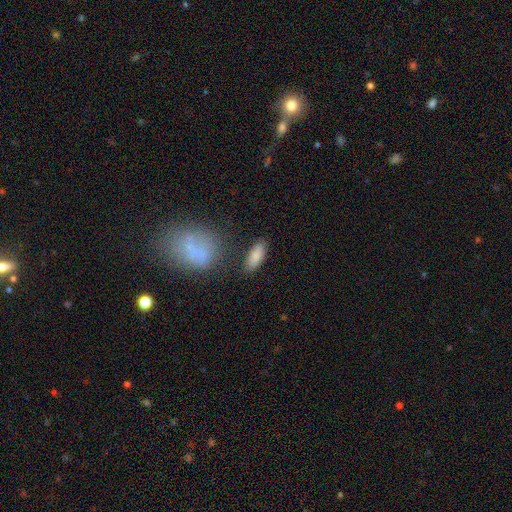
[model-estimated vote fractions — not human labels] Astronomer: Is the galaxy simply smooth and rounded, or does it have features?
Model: smooth — 86%.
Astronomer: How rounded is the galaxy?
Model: in between — 76%.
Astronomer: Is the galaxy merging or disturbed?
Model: none — 80%.